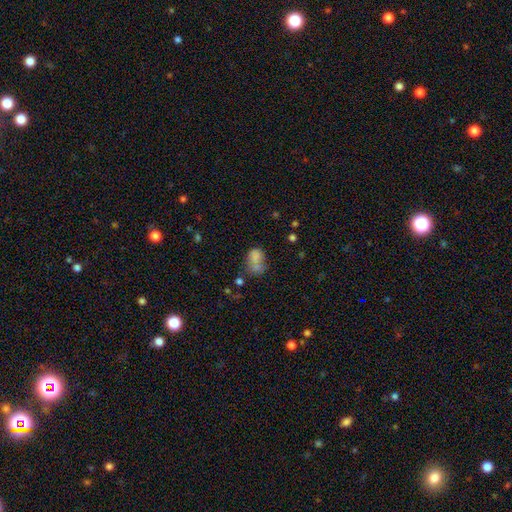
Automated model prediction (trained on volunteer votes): This appears to be a smooth galaxy with no disk features (69%) that is in between round and cigar-shaped (59%). Merging: merger (46%).